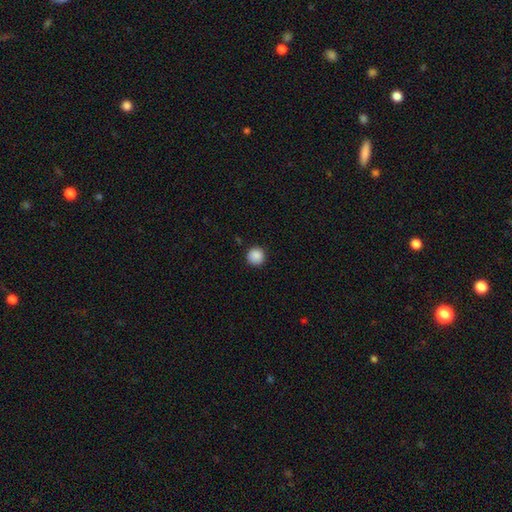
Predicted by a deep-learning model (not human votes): Morphology: type=smooth (88%); roundness=round (95%); merging=none (91%).